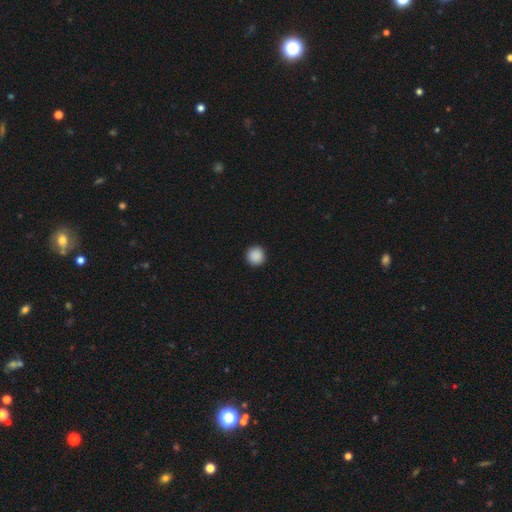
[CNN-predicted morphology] Smooth or featured?
  - smooth: 89% *
  - star or artifact: 9%
  - featured or disk: 2%
How rounded?
  - round: 96% *
  - in between: 3%
  - cigar-shaped: 1%
Merging?
  - none: 93% *
  - minor disturbance: 4%
  - major disturbance: 1%
  - merger: 1%